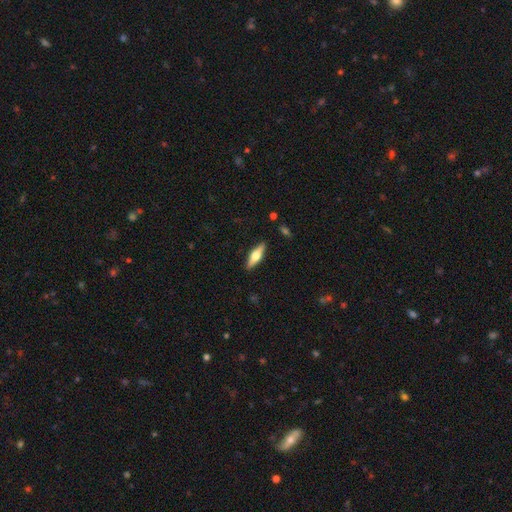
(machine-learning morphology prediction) Smooth or featured?
  - featured or disk: 50% *
  - smooth: 44%
  - star or artifact: 6%
Edge-on disk?
  - yes: 93% *
  - no: 7%
Merging?
  - none: 90% *
  - minor disturbance: 8%
  - major disturbance: 2%
  - merger: 1%